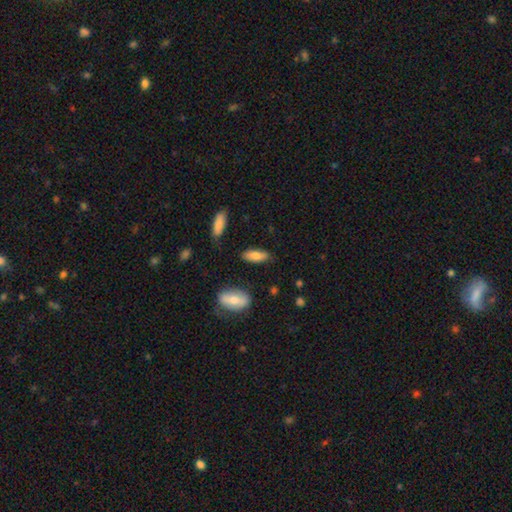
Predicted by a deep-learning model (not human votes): smooth 79%, featured or disk 14%, star or artifact 7%. Down the decision tree: how rounded — in between (73%); merging — none (81%).